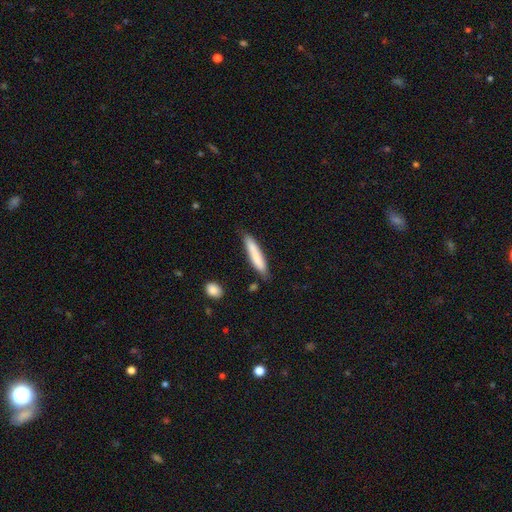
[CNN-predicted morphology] Smooth or featured: smooth — 79% (featured or disk — 16%)
How rounded: cigar-shaped — 89% (in between — 10%)
Merging: none — 79% (minor disturbance — 16%)